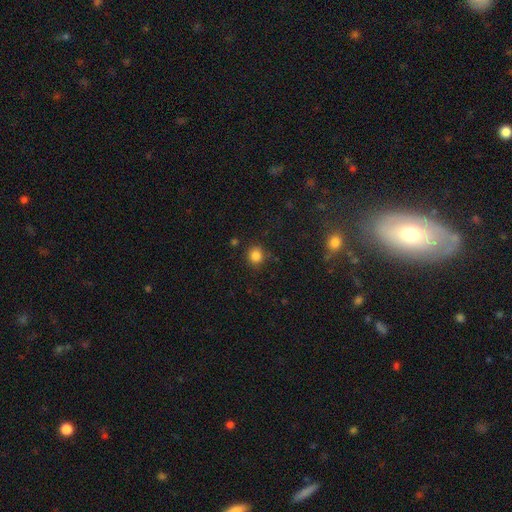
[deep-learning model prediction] Overall: smooth (83%). How rounded: round (83%). Merging: none (85%).